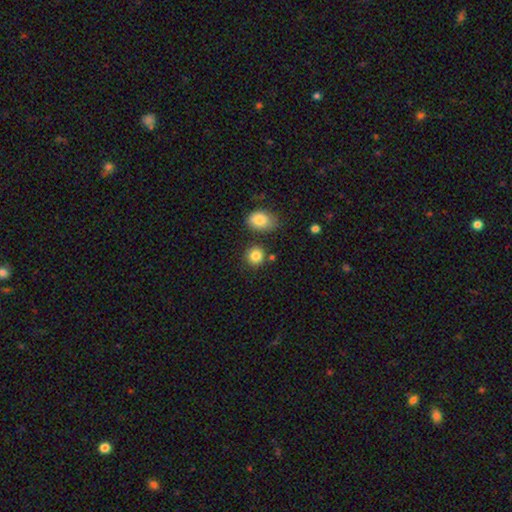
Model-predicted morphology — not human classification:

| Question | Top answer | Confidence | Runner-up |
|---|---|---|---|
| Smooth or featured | smooth | 85% | star or artifact (10%) |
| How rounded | round | 86% | in between (13%) |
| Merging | none | 81% | minor disturbance (9%) |